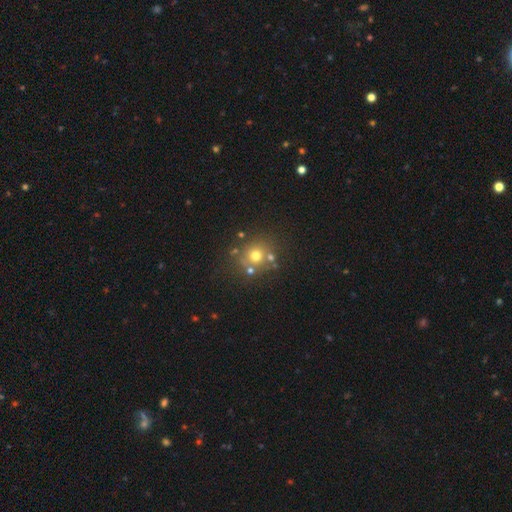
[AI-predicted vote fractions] The model was most divided on "smooth or featured": smooth: 66%, star or artifact: 19%, featured or disk: 16%. More confident: how rounded — round (86%); merging — none (69%).